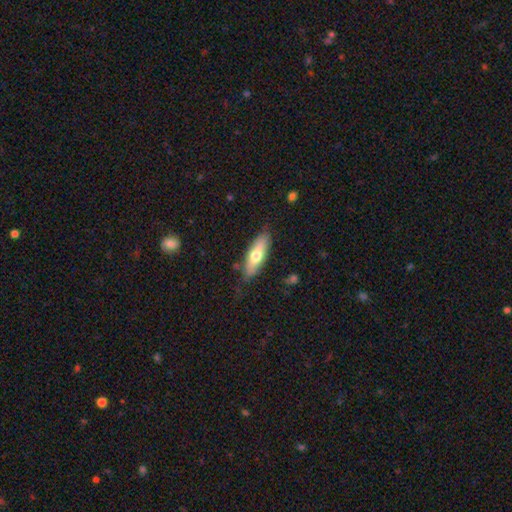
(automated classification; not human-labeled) smooth-or-featured: smooth: 63% | featured or disk: 31% | star or artifact: 6%
  how-rounded: in between: 55% | cigar-shaped: 43% | round: 2%
  merging: none: 81% | minor disturbance: 14% | major disturbance: 3% | merger: 2%